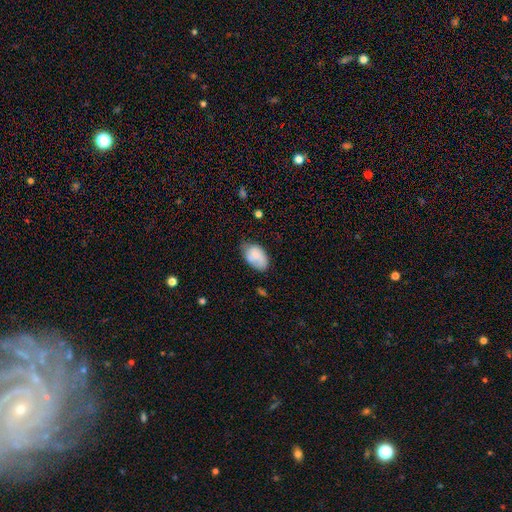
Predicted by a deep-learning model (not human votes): Smooth or featured?
  - smooth: 72% *
  - featured or disk: 21%
  - star or artifact: 7%
How rounded?
  - in between: 91% *
  - round: 8%
  - cigar-shaped: 1%
Merging?
  - none: 54% *
  - minor disturbance: 34%
  - major disturbance: 9%
  - merger: 4%